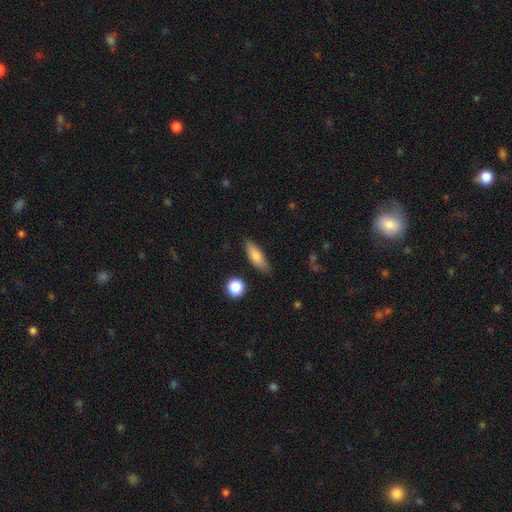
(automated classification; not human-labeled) smooth 75%, featured or disk 18%, star or artifact 7%. Down the decision tree: how rounded — in between (57%); merging — none (81%).